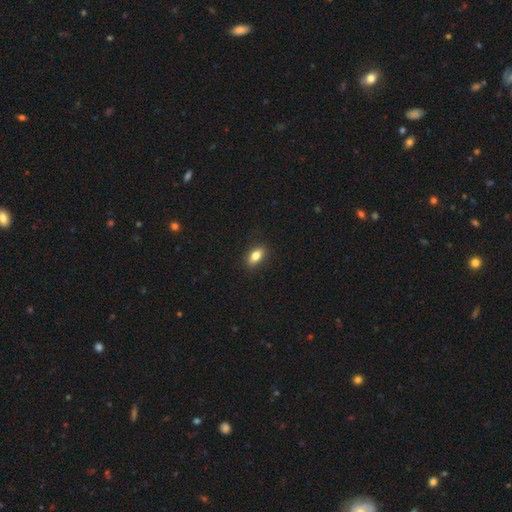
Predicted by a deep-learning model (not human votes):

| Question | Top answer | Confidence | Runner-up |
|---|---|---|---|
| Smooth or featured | smooth | 79% | featured or disk (13%) |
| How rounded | in between | 83% | cigar-shaped (10%) |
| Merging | none | 88% | minor disturbance (9%) |